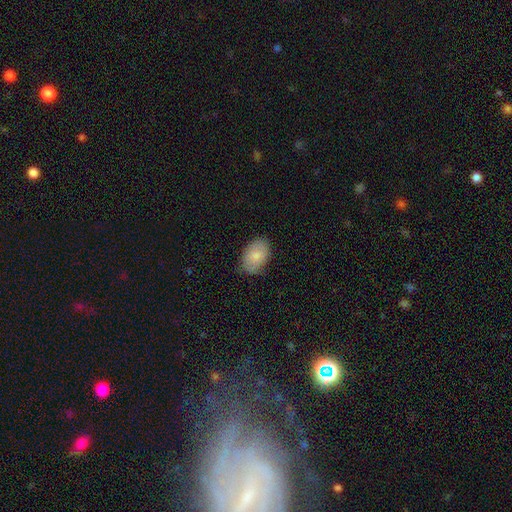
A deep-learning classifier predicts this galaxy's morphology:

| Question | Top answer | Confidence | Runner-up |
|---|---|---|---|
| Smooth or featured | smooth | 80% | featured or disk (13%) |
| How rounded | in between | 87% | round (11%) |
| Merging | none | 78% | minor disturbance (18%) |